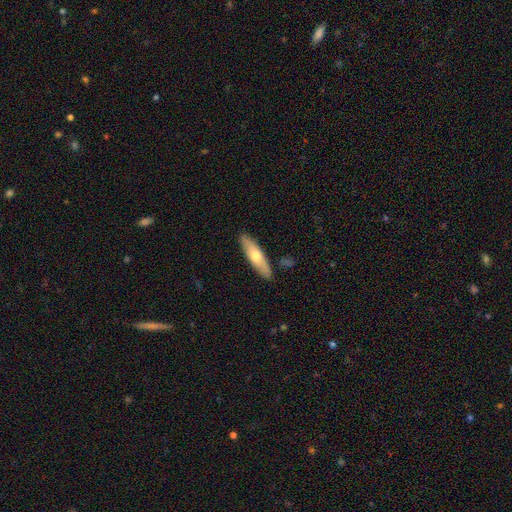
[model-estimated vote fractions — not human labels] This appears to be a smooth galaxy with no disk features (58%) that is cigar-shaped (66%). Merging: none (87%).